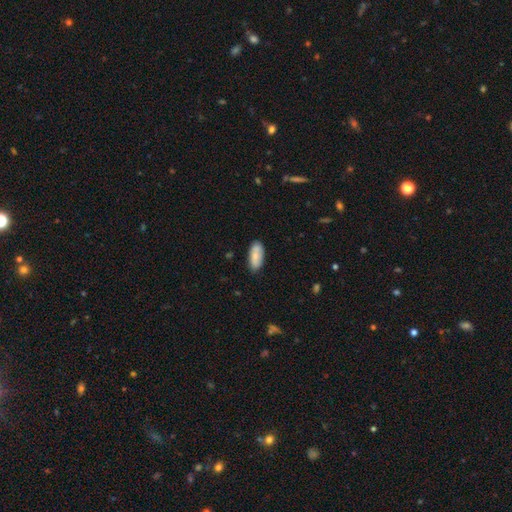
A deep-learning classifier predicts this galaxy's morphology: Q: Smooth or featured?
A: smooth (77%); runner-up: featured or disk (17%)
Q: How rounded?
A: in between (87%); runner-up: cigar-shaped (11%)
Q: Merging?
A: none (80%); runner-up: minor disturbance (15%)